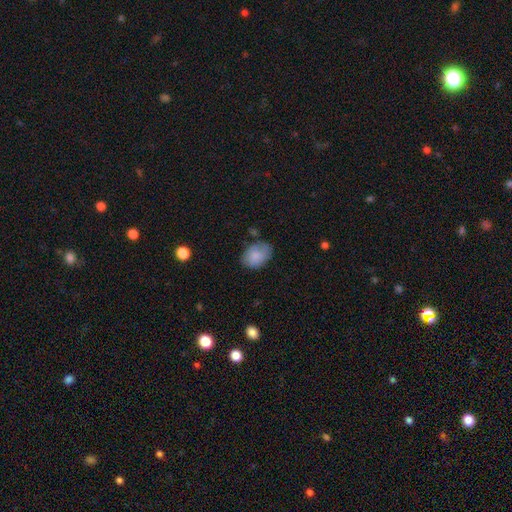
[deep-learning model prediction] Smooth or featured? Predicted: smooth (p=0.82). How rounded? Predicted: in between (p=0.82). Merging? Predicted: none (p=0.69).